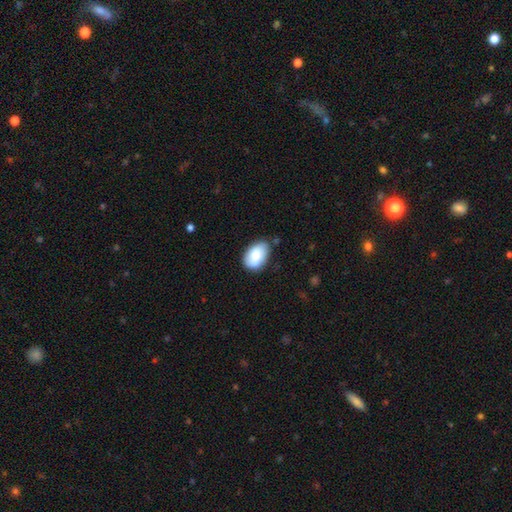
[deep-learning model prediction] Smooth or featured? smooth (76%)
How rounded? in between (88%)
Merging? none (74%)